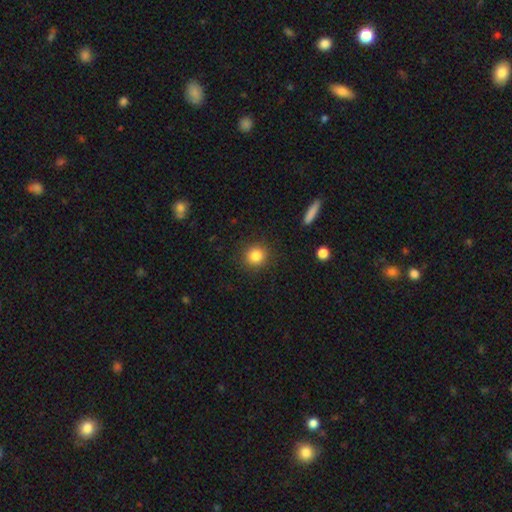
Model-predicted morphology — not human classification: This is clearly a smooth galaxy (85%). How rounded: clearly round (90%). Merging: clearly none (90%).